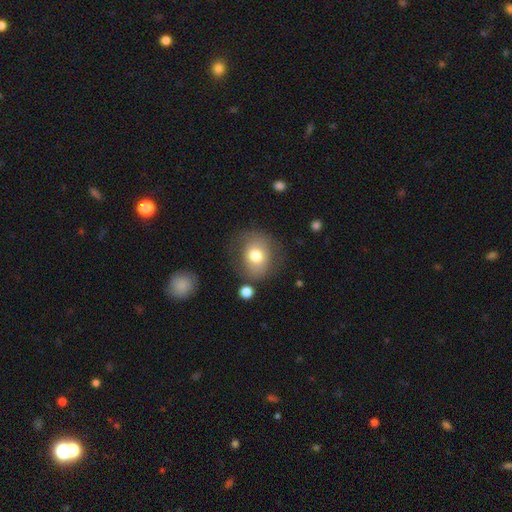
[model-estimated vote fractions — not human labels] A smooth galaxy with no disk features (69%) that is round (66%). Merging: none (64%).